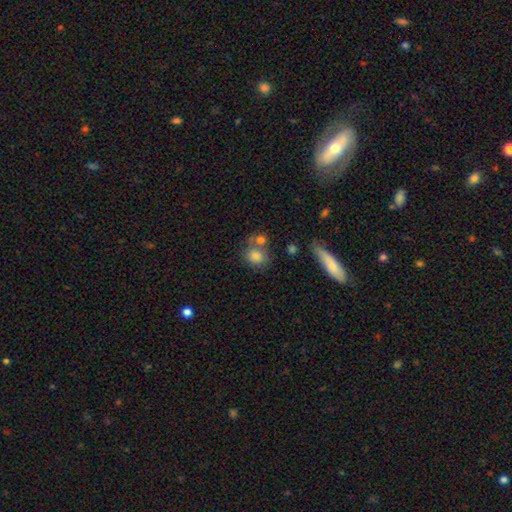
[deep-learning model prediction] smooth 78%, featured or disk 12%, star or artifact 10%. Down the decision tree: how rounded — round (69%); merging — none (53%).